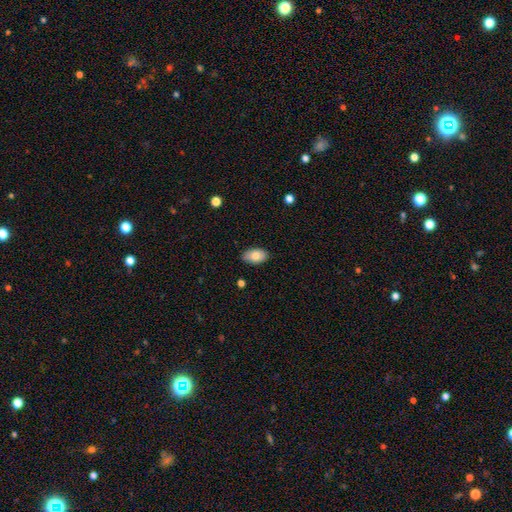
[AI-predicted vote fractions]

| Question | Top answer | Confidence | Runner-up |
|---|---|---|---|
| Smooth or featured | smooth | 81% | featured or disk (12%) |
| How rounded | in between | 92% | round (6%) |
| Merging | none | 86% | minor disturbance (11%) |